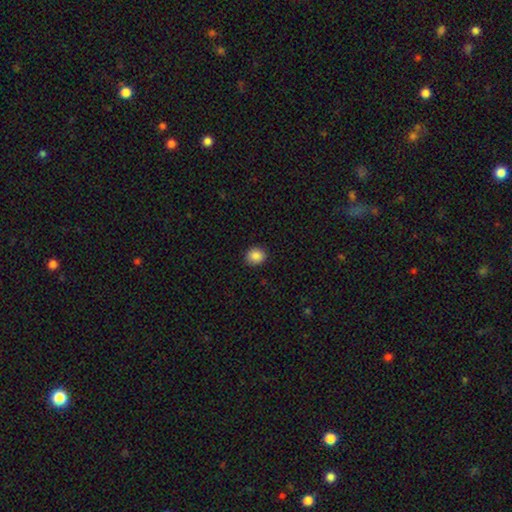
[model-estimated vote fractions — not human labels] Morphology: type=smooth (87%); roundness=round (72%); merging=none (90%).